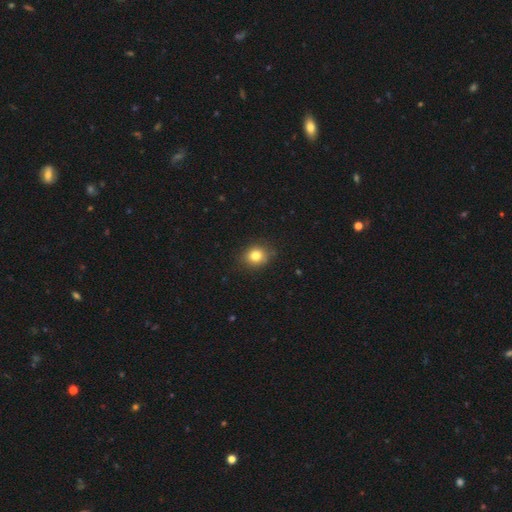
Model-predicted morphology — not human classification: Smooth or featured? Predicted: smooth (p=0.80). How rounded? Predicted: round (p=0.73). Merging? Predicted: none (p=0.85).